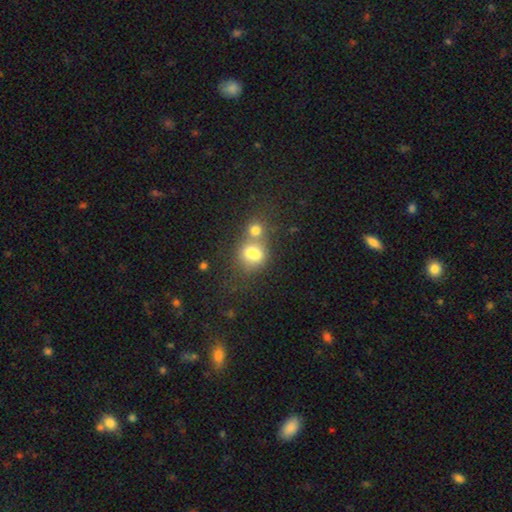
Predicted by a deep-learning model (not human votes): Q: Smooth or featured?
A: smooth (67%); runner-up: star or artifact (18%)
Q: How rounded?
A: round (62%); runner-up: in between (37%)
Q: Merging?
A: merger (51%); runner-up: none (36%)